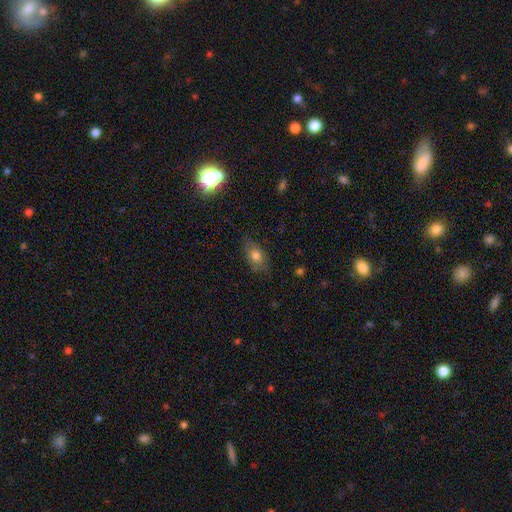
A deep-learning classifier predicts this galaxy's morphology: This appears to be a smooth galaxy with no disk features (72%) that is in between round and cigar-shaped (82%). Merging: none (74%).